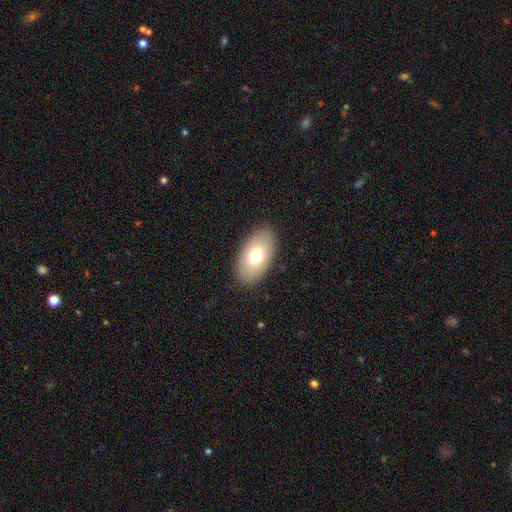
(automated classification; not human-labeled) This is likely a smooth galaxy (73%). How rounded: clearly in between (94%). Merging: clearly none (88%).